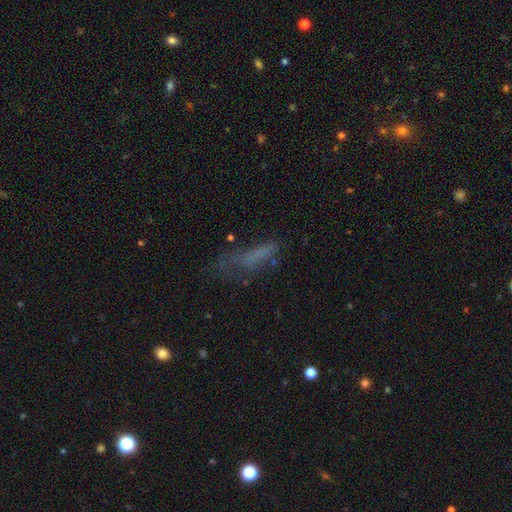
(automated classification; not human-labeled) smooth_or_featured: smooth (p=0.56) [alt: featured or disk p=0.25]
how_rounded: cigar-shaped (p=0.64) [alt: in between p=0.33]
merging: none (p=0.44) [alt: major disturbance p=0.28]